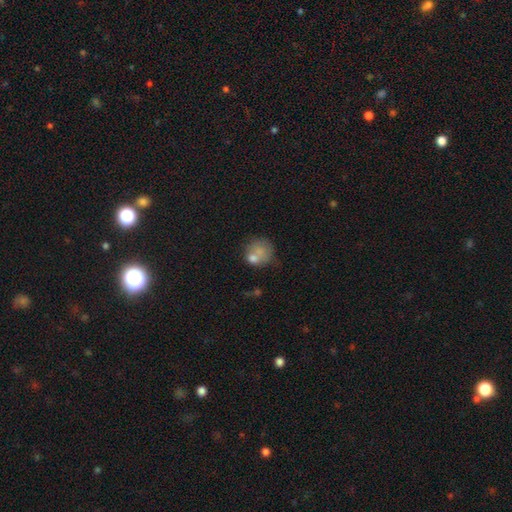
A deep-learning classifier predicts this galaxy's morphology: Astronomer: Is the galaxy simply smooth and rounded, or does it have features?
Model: smooth — 66%.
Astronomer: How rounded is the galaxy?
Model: round — 74%.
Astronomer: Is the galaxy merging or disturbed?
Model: none — 37% (runner-up: merger, 30%).